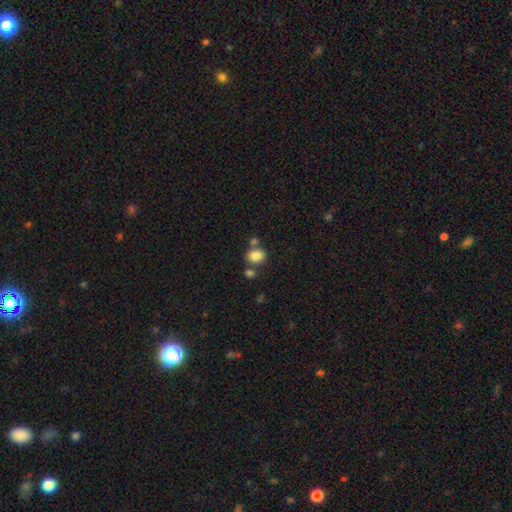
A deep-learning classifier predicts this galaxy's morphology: A smooth galaxy with no disk features (84%) that is round (58%).

Vote fractions:
- Smooth or featured? smooth: 84% / star or artifact: 10% / featured or disk: 7%
- How rounded? round: 58% / in between: 41% / cigar-shaped: 1%
- Merging? none: 64% / merger: 21% / minor disturbance: 11% / major disturbance: 4%